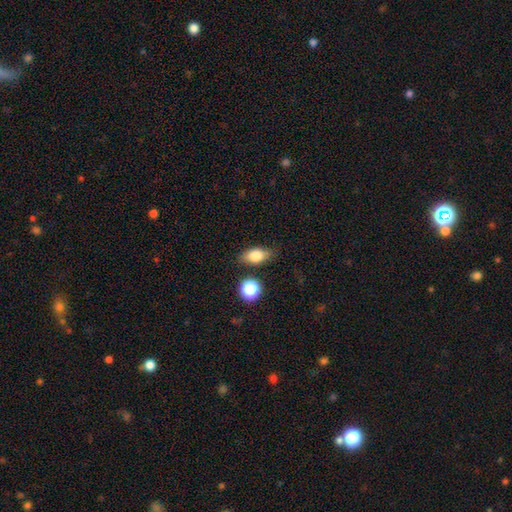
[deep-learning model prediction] The model was most divided on "merging": none: 78%, minor disturbance: 14%, merger: 4%, major disturbance: 4%. More confident: how rounded — in between (80%); smooth or featured — smooth (78%).